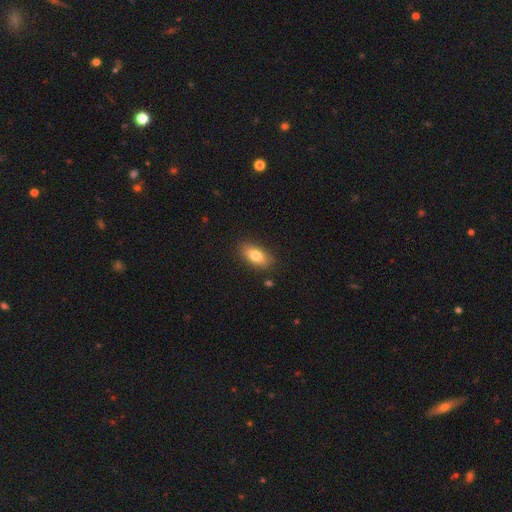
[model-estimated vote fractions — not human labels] Smooth or featured? Predicted: smooth (p=0.77). How rounded? Predicted: in between (p=0.86). Merging? Predicted: none (p=0.85).